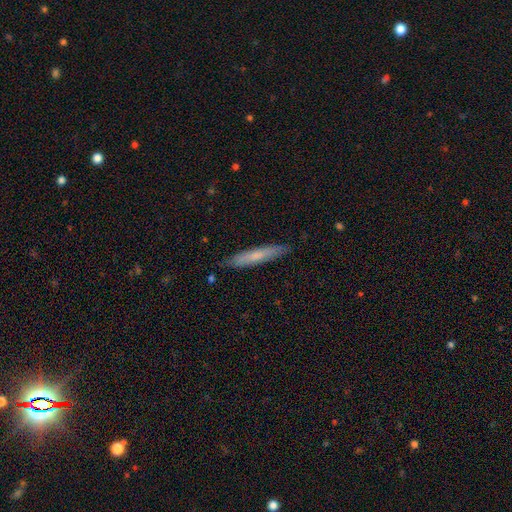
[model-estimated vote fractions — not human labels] Overall: smooth (65%; featured or disk 29%). How rounded: cigar-shaped (93%). Merging: none (87%).